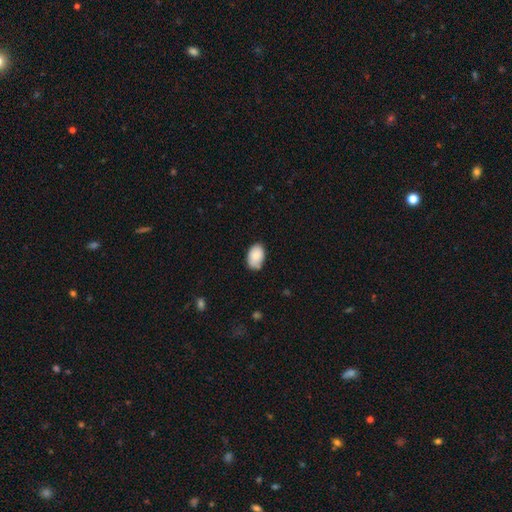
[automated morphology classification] smooth_or_featured: smooth (p=0.84) [alt: featured or disk p=0.09]
how_rounded: in between (p=0.91) [alt: round p=0.08]
merging: none (p=0.72) [alt: minor disturbance p=0.23]